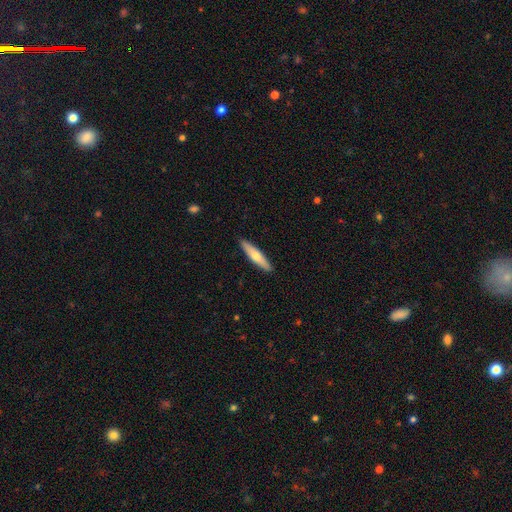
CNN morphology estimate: type=smooth (58%); roundness=cigar-shaped (81%); merging=none (91%).